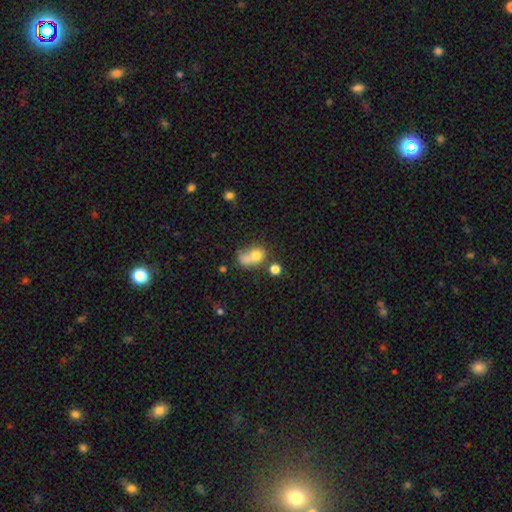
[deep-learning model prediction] This appears to be a smooth galaxy with no disk features (71%) that is in between round and cigar-shaped (55%). Merging: merger (41%).